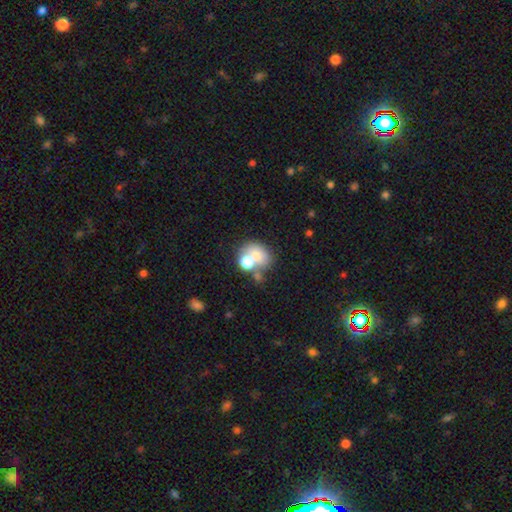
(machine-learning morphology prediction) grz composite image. It shows a smooth galaxy with no disk features (67%) that is round (59%). Merging: merger (47%).